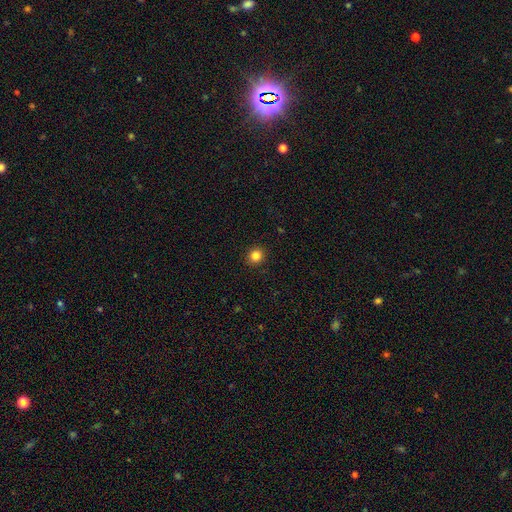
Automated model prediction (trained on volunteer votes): A smooth galaxy with no disk features (84%) that is round (85%).

Vote fractions:
- Smooth or featured? smooth: 84% / star or artifact: 11% / featured or disk: 4%
- How rounded? round: 85% / in between: 14% / cigar-shaped: 1%
- Merging? none: 92% / minor disturbance: 6% / major disturbance: 2% / merger: 1%